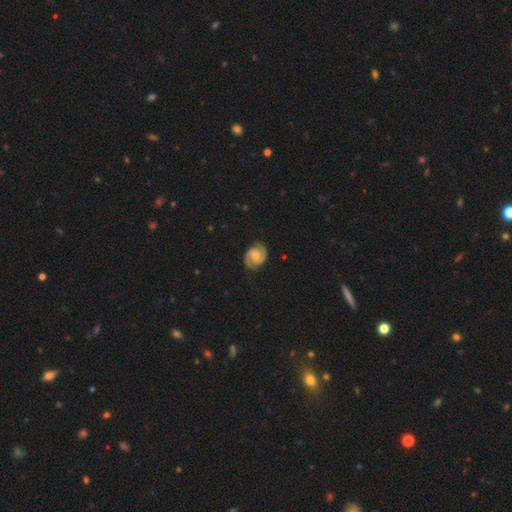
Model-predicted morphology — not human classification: smooth-or-featured: featured or disk: 74% | smooth: 19% | star or artifact: 6%
  disk-edge-on: no: 98% | yes: 2%
    bar: no: 53% | weak: 39% | strong: 8%
    has-spiral-arms: yes: 95% | no: 5%
      spiral-winding: tight: 44% (tied) | medium: 44% (tied) | loose: 13%
      spiral-arm-count: 2: 90% | can't tell: 5% | 3: 2% | 1: 1% | 4: 1% | more than 4: 1%
    bulge-size: moderate: 47% | small: 41% | none: 8% | large: 4% | dominant: 1%
  merging: none: 79% | minor disturbance: 16% | major disturbance: 4% | merger: 1%